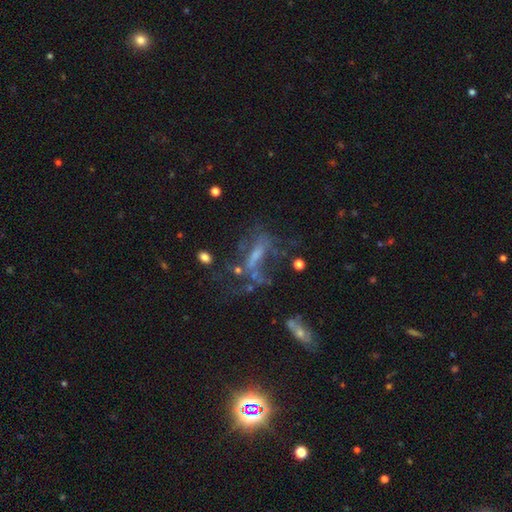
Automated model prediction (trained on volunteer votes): Smooth or featured: featured or disk — 59% (smooth — 22%)
Edge-on disk: no — 83% (yes — 17%)
Merging: major disturbance — 36% (tied with none — 36%)